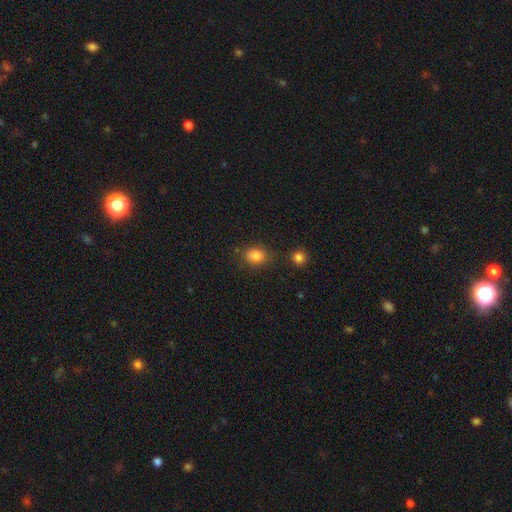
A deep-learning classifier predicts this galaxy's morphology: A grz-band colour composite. It shows a smooth galaxy with no disk features (84%) that is in between round and cigar-shaped (59%). Merging: none (76%).